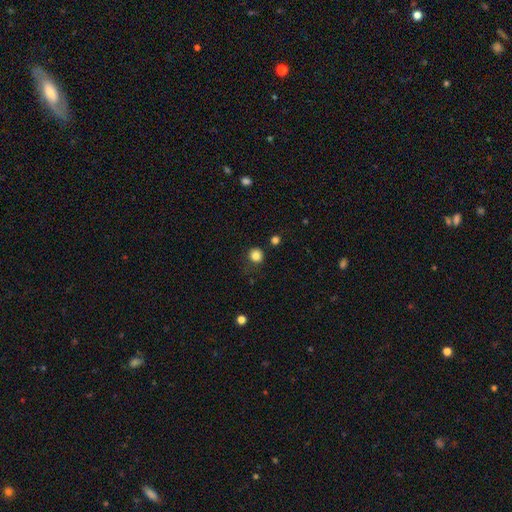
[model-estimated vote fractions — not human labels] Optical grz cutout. It shows a smooth galaxy with no disk features (84%) that is round (90%). Merging: none (79%).